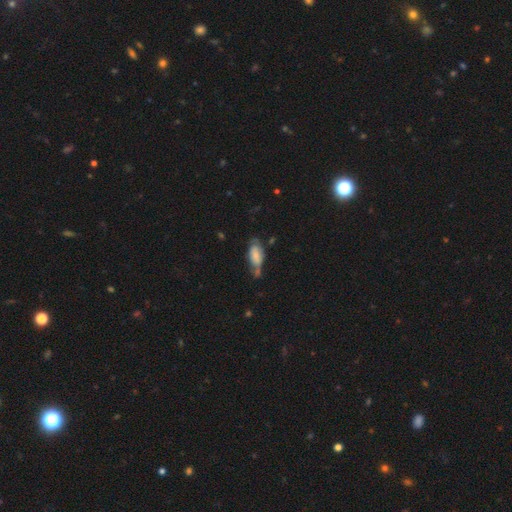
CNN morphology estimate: This appears to be a smooth galaxy with no disk features (64%) that is in between round and cigar-shaped (86%). Merging: none (38%).